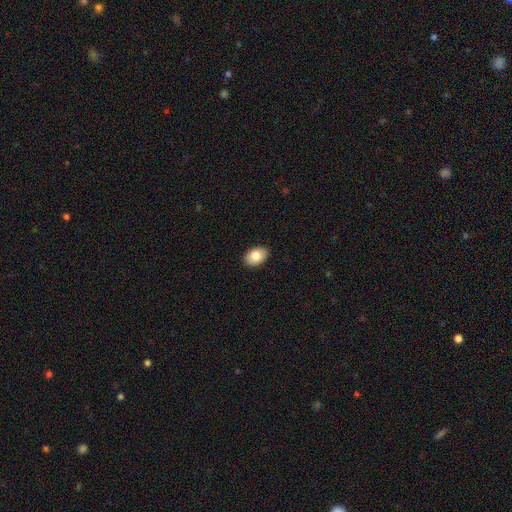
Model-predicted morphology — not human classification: Smooth or featured?
  - smooth: 81% *
  - featured or disk: 12%
  - star or artifact: 7%
How rounded?
  - in between: 85% *
  - round: 14%
  - cigar-shaped: 1%
Merging?
  - none: 90% *
  - minor disturbance: 8%
  - major disturbance: 2%
  - merger: 1%